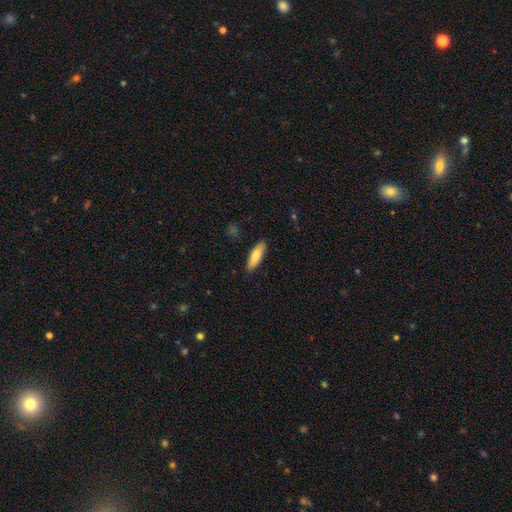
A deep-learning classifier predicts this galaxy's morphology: Smooth or featured? Predicted: smooth (p=0.81). How rounded? Predicted: in between (p=0.51). Merging? Predicted: none (p=0.85).